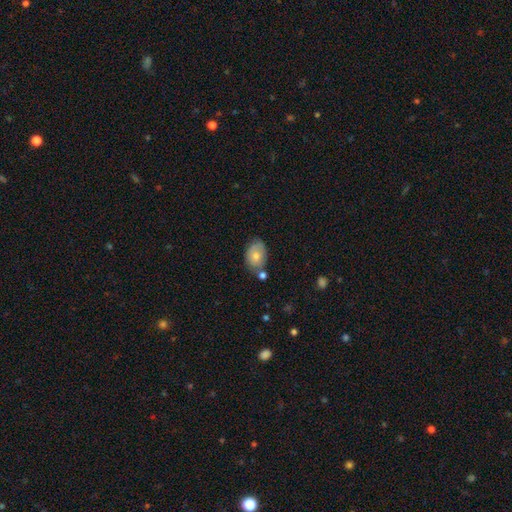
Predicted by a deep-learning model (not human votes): Smooth or featured? smooth (71%)
How rounded? in between (82%)
Merging? none (54%)